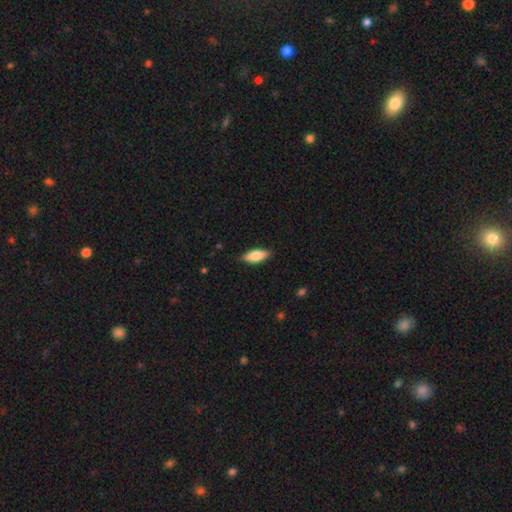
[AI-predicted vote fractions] smooth_or_featured: smooth (p=0.77) [alt: featured or disk p=0.17]
how_rounded: in between (p=0.73) [alt: cigar-shaped p=0.25]
merging: none (p=0.86) [alt: minor disturbance p=0.11]